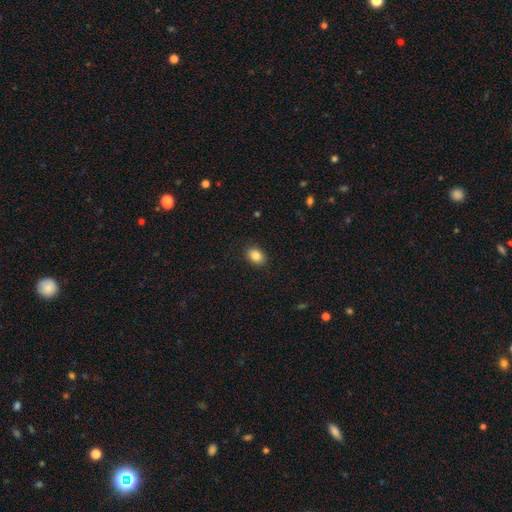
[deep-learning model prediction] This is clearly a smooth galaxy (86%). How rounded: likely in between (67%). Merging: clearly none (89%).